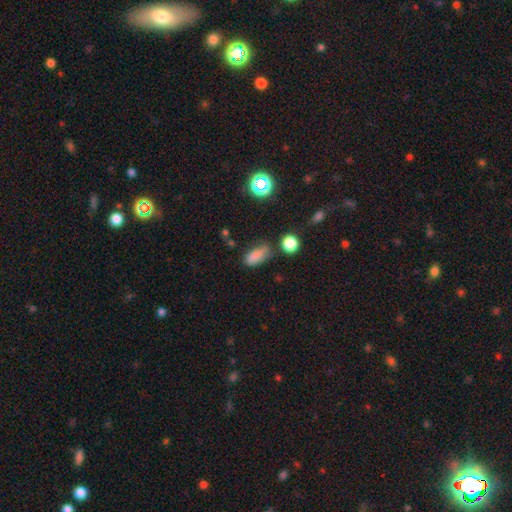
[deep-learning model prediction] smooth_or_featured: smooth (p=0.79) [alt: star or artifact p=0.13]
how_rounded: in between (p=0.79) [alt: cigar-shaped p=0.15]
merging: none (p=0.58) [alt: minor disturbance p=0.27]